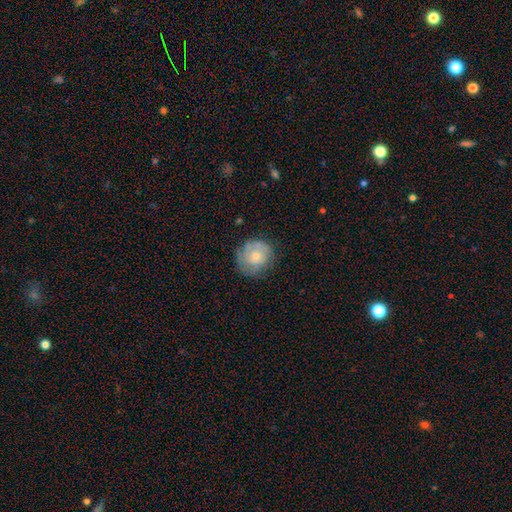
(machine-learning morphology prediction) Smooth or featured? Predicted: smooth (p=0.53). How rounded? Predicted: round (p=0.85). Merging? Predicted: none (p=0.69).